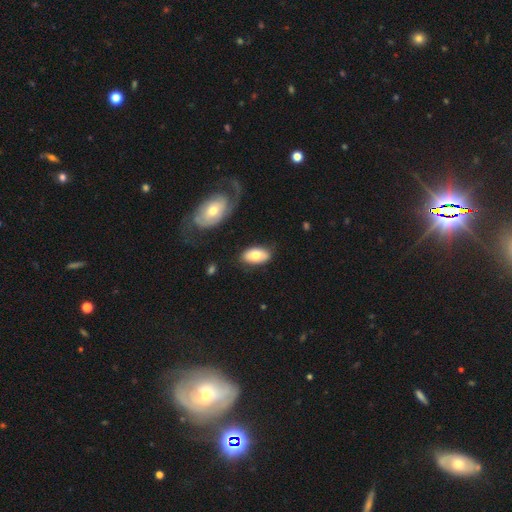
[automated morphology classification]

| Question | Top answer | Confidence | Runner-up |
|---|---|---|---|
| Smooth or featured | smooth | 71% | featured or disk (23%) |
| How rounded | in between | 94% | round (4%) |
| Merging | none | 78% | minor disturbance (14%) |